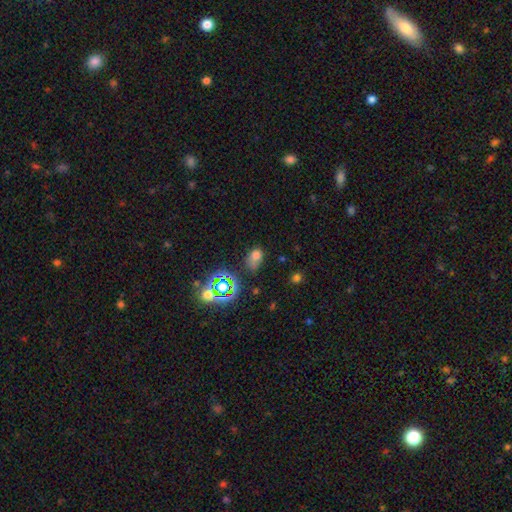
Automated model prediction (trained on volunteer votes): smooth-or-featured: smooth: 64% | star or artifact: 26% | featured or disk: 10%
  how-rounded: in between: 70% | round: 28% | cigar-shaped: 2%
  merging: none: 47% | minor disturbance: 28% | major disturbance: 15% | merger: 10%